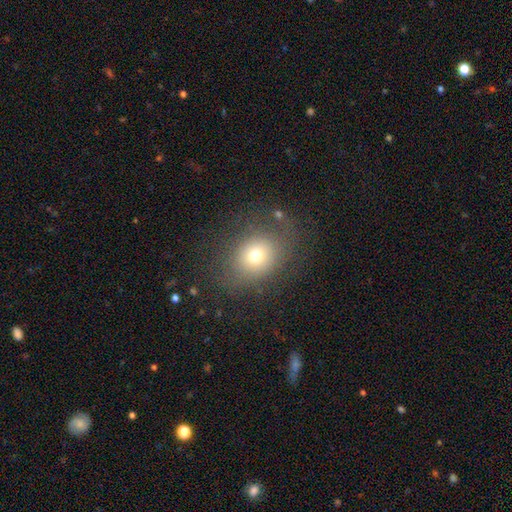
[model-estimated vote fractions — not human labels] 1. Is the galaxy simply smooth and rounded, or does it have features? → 70% smooth, 16% star or artifact, 14% featured or disk.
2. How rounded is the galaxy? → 57% round, 42% in between, 1% cigar-shaped.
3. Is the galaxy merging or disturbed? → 73% none, 16% minor disturbance, 10% major disturbance, 2% merger.